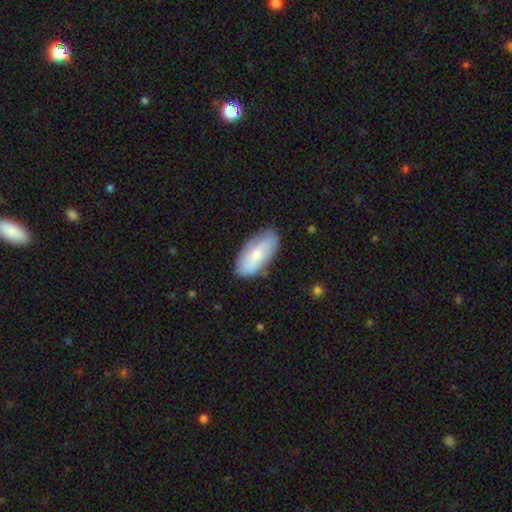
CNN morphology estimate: The model was most divided on "smooth or featured": smooth: 60%, featured or disk: 34%, star or artifact: 6%. More confident: how rounded — in between (89%); merging — none (77%).